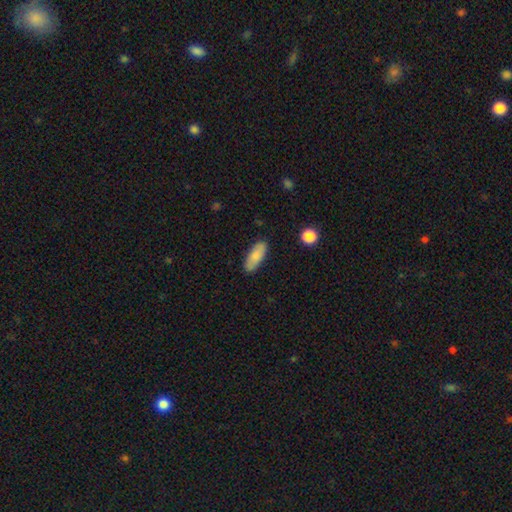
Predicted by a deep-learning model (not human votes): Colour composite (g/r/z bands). It shows a smooth galaxy with no disk features (84%) that is in between round and cigar-shaped (74%). Merging: none (85%).